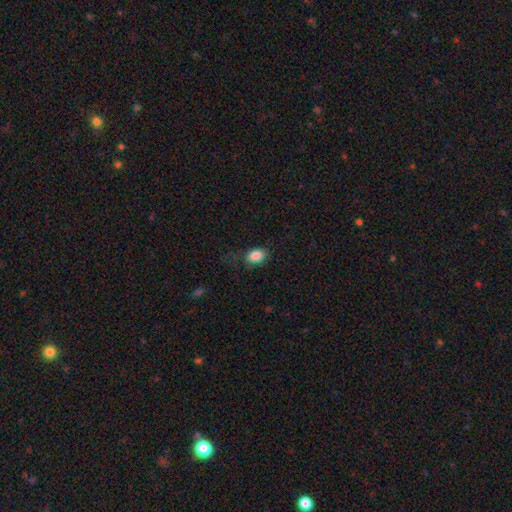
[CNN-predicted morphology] Overall: smooth (86%). How rounded: in between (72%). Merging: none (74%).